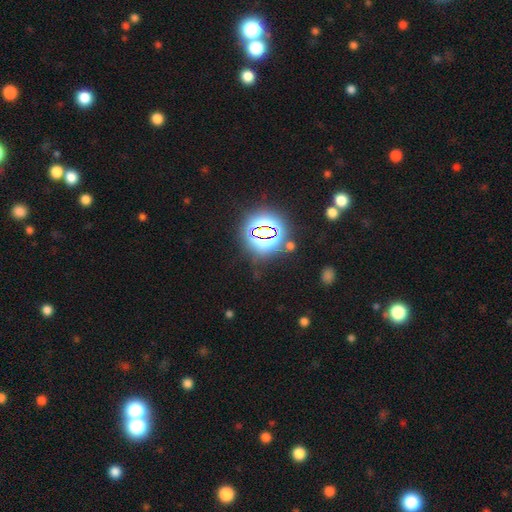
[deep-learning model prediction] This is clearly a star or artifact rather than a galaxy (81%).